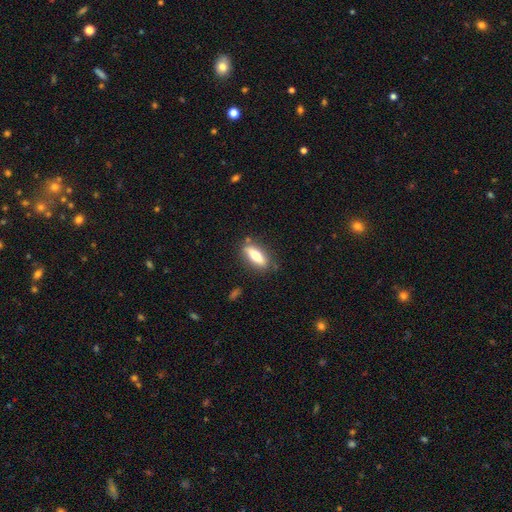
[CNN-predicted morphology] Smooth or featured: smooth — 61% (featured or disk — 32%)
How rounded: in between — 61% (cigar-shaped — 36%)
Merging: none — 80% (minor disturbance — 14%)